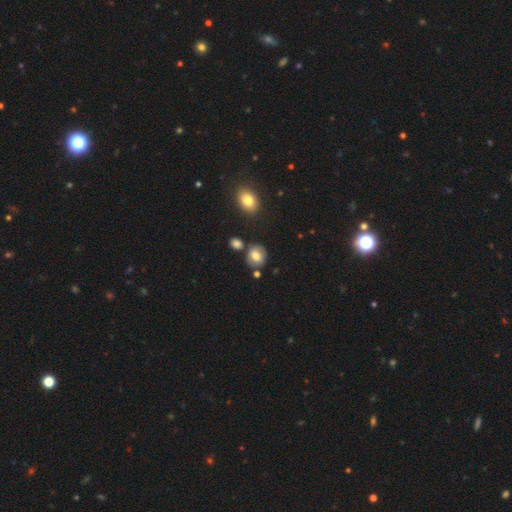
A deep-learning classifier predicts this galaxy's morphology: smooth_or_featured: smooth (p=0.72) [alt: featured or disk p=0.18]
how_rounded: round (p=0.66) [alt: in between p=0.33]
merging: none (p=0.72) [alt: minor disturbance p=0.15]